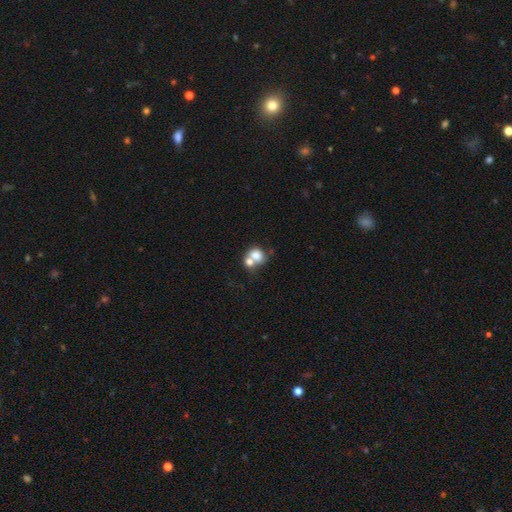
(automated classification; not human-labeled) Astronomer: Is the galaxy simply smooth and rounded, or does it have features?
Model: smooth — 74%.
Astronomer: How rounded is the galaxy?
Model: round — 64%.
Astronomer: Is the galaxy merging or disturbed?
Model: merger — 61%.